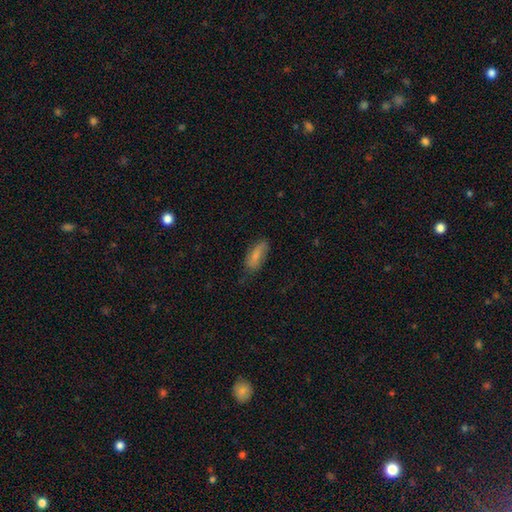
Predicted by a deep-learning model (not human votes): Smooth or featured? smooth (78%)
How rounded? in between (76%)
Merging? none (68%)